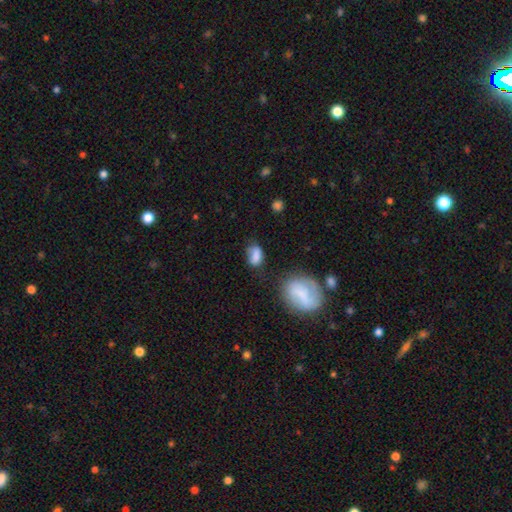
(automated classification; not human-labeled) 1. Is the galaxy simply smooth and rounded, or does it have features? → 78% smooth, 13% featured or disk, 9% star or artifact.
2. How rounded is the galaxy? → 86% in between, 11% round, 3% cigar-shaped.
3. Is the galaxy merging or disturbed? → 49% none, 29% minor disturbance, 12% major disturbance, 9% merger.